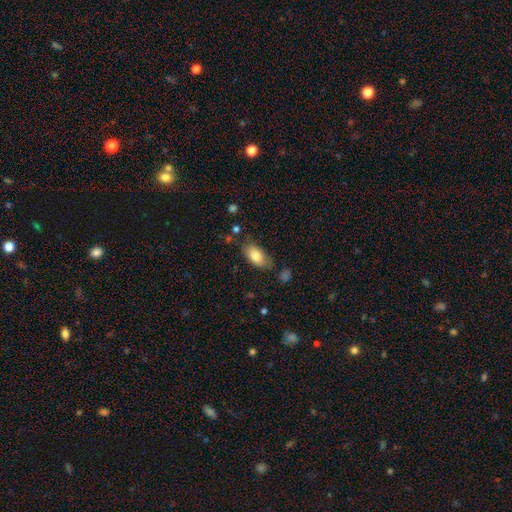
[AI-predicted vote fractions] smooth-or-featured: smooth: 80% | featured or disk: 13% | star or artifact: 7%
  how-rounded: in between: 92% | round: 5% | cigar-shaped: 3%
  merging: none: 70% | minor disturbance: 22% | major disturbance: 5% | merger: 3%